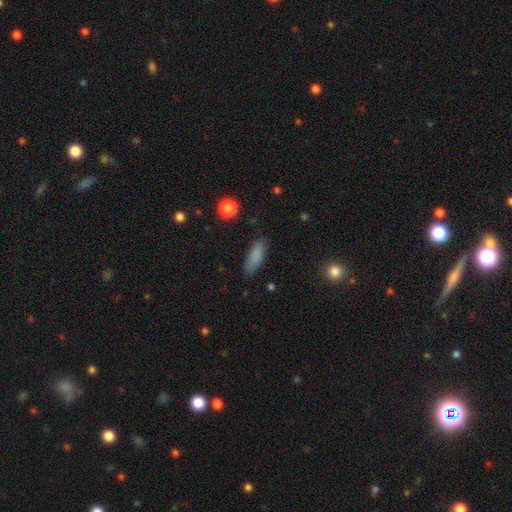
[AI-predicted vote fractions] Smooth or featured?
  - smooth: 85% *
  - star or artifact: 8%
  - featured or disk: 7%
How rounded?
  - in between: 54% *
  - cigar-shaped: 44%
  - round: 2%
Merging?
  - none: 83% *
  - minor disturbance: 12%
  - major disturbance: 3%
  - merger: 1%